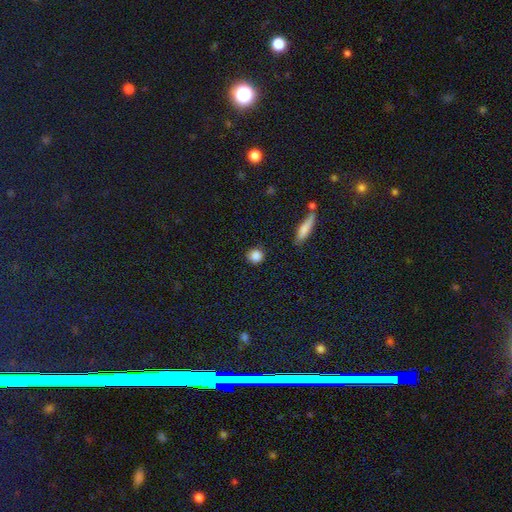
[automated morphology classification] This is clearly a smooth galaxy (86%). How rounded: clearly round (86%). Merging: clearly none (85%).